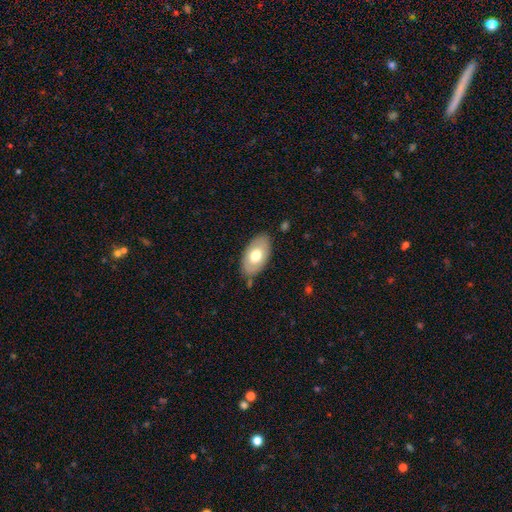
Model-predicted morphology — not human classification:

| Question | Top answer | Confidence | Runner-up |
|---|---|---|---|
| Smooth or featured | smooth | 64% | featured or disk (30%) |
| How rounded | in between | 93% | round (5%) |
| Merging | none | 79% | minor disturbance (15%) |